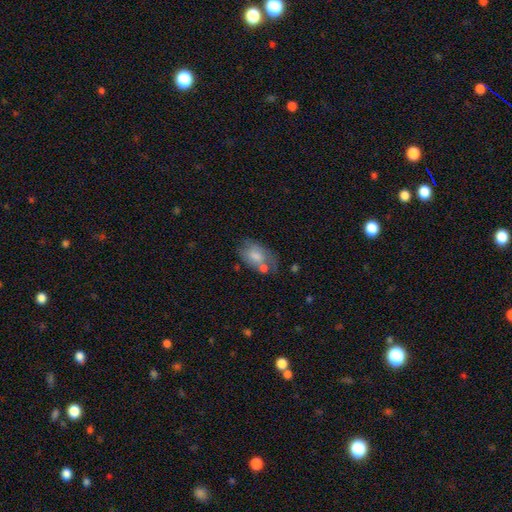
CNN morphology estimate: smooth 67%, featured or disk 25%, star or artifact 8%. Down the decision tree: how rounded — in between (89%); merging — none (40%).